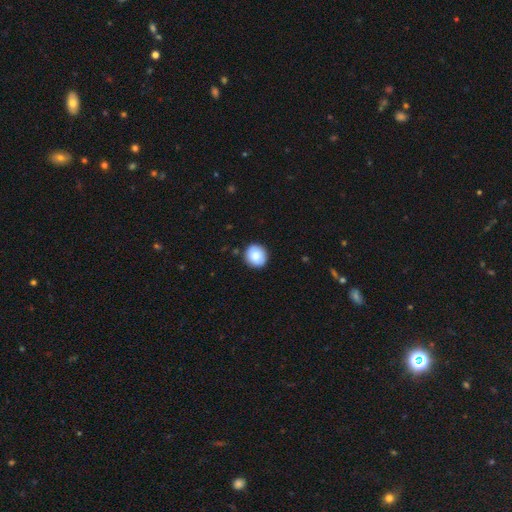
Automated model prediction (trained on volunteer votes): Overall: smooth (85%). How rounded: round (85%). Merging: none (90%).